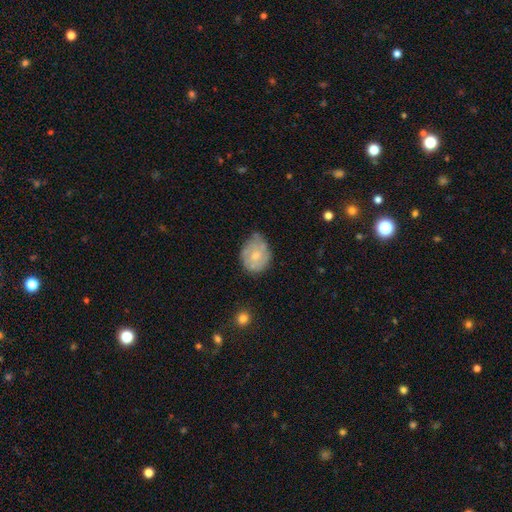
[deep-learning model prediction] Smooth or featured? Predicted: featured or disk (p=0.54). Edge-on disk? Predicted: no (p=0.97). Bar? Predicted: no (p=0.78). Spiral arms? Predicted: yes (p=0.71). Bulge size? Predicted: small (p=0.56). Merging? Predicted: none (p=0.54).